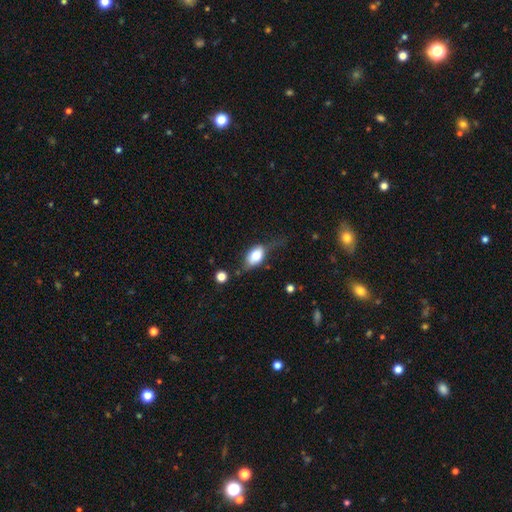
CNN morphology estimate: type=smooth (69%); roundness=in between (85%); merging=none (41%).